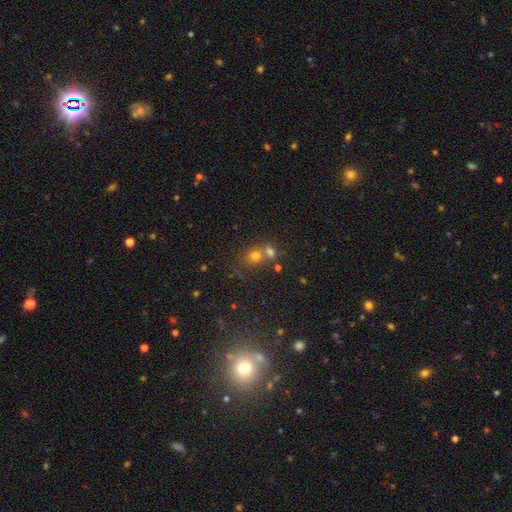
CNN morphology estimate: A smooth galaxy with no disk features (64%) that is round (79%). Merging: merger (47%).